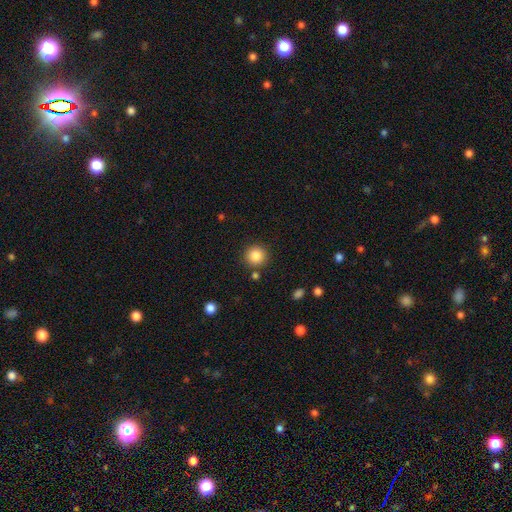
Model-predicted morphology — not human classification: This is clearly a smooth galaxy (86%). How rounded: clearly round (94%). Merging: clearly none (86%).